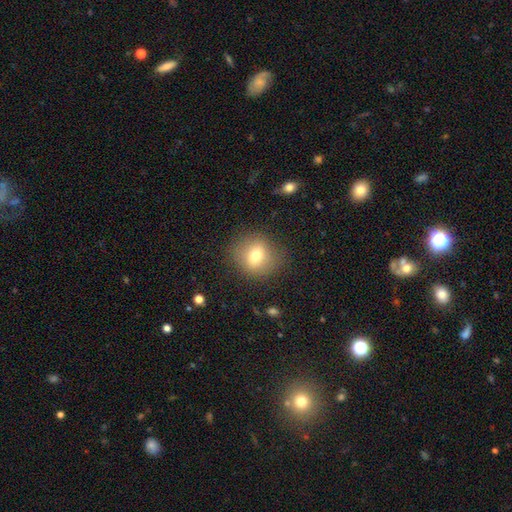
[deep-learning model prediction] smooth_or_featured: smooth (p=0.70) [alt: featured or disk p=0.19]
how_rounded: round (p=0.79) [alt: in between p=0.20]
merging: none (p=0.83) [alt: minor disturbance p=0.11]